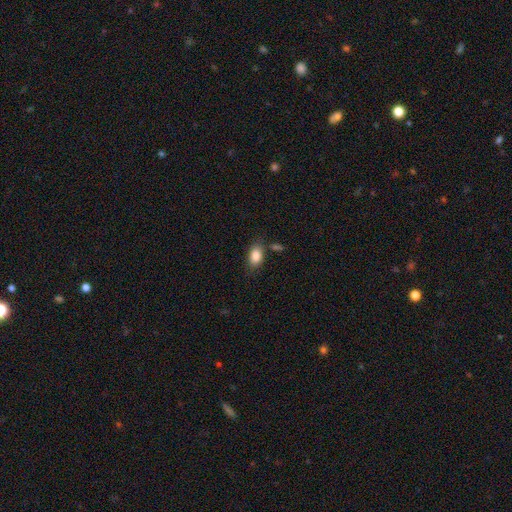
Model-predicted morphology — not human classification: smooth_or_featured: smooth (p=0.87) [alt: star or artifact p=0.08]
how_rounded: in between (p=0.87) [alt: round p=0.11]
merging: none (p=0.74) [alt: minor disturbance p=0.15]